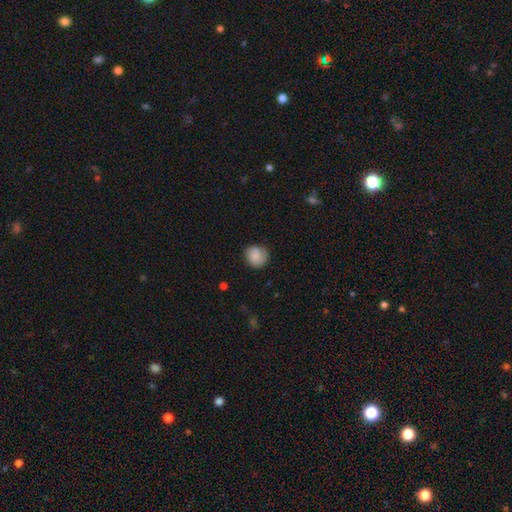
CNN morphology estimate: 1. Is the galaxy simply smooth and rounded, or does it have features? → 72% smooth, 21% featured or disk, 8% star or artifact.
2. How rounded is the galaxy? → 81% round, 18% in between, 1% cigar-shaped.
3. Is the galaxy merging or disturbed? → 69% none, 23% minor disturbance, 7% major disturbance, 1% merger.